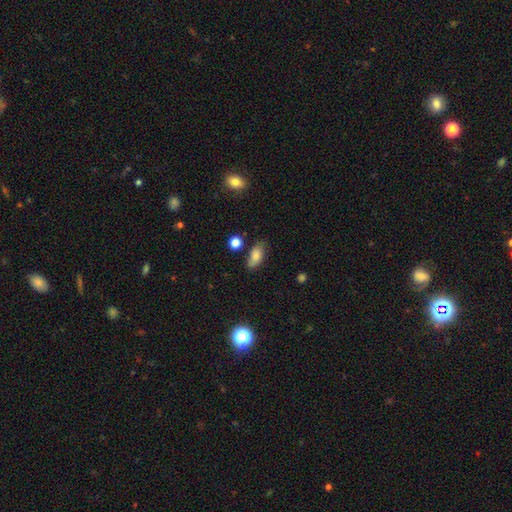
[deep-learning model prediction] smooth_or_featured: smooth (p=0.77) [alt: featured or disk p=0.13]
how_rounded: in between (p=0.87) [alt: cigar-shaped p=0.07]
merging: none (p=0.64) [alt: minor disturbance p=0.25]